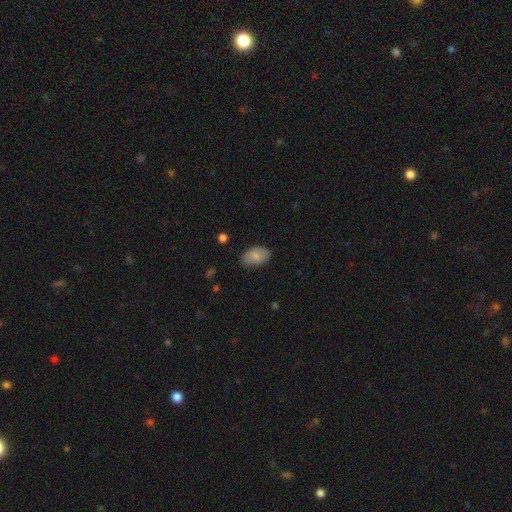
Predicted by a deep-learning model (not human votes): Q: Smooth or featured?
A: smooth (77%); runner-up: featured or disk (17%)
Q: How rounded?
A: in between (91%); runner-up: round (7%)
Q: Merging?
A: none (81%); runner-up: minor disturbance (15%)